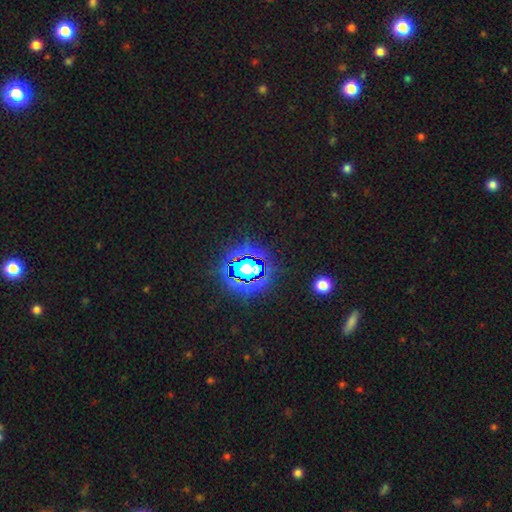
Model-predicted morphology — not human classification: smooth-or-featured: star or artifact: 81% | smooth: 12% | featured or disk: 6%